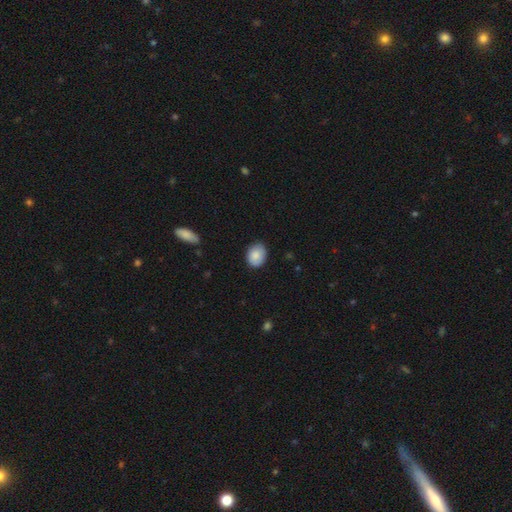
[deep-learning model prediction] Smooth or featured?
  - smooth: 84% *
  - featured or disk: 8%
  - star or artifact: 7%
How rounded?
  - in between: 54% *
  - round: 45%
  - cigar-shaped: 1%
Merging?
  - none: 80% *
  - minor disturbance: 16%
  - major disturbance: 2%
  - merger: 1%